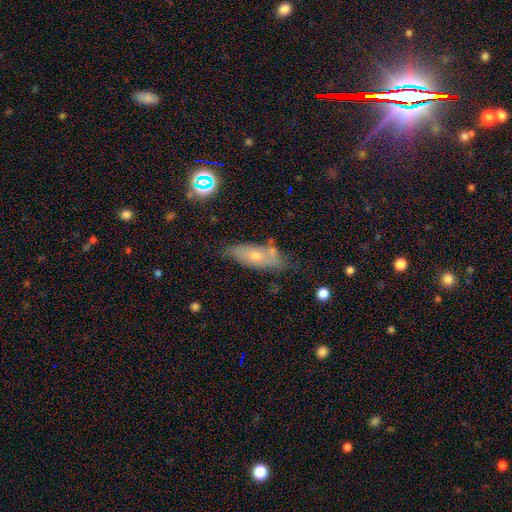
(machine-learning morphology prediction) Smooth or featured?
  - smooth: 50% *
  - featured or disk: 39%
  - star or artifact: 11%
Merging?
  - none: 60% *
  - minor disturbance: 26%
  - merger: 8%
  - major disturbance: 6%